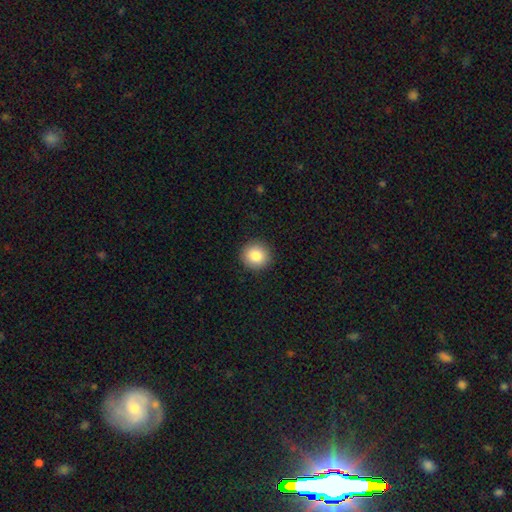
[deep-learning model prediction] A smooth galaxy with no disk features (85%) that is round (92%). Merging: none (92%).